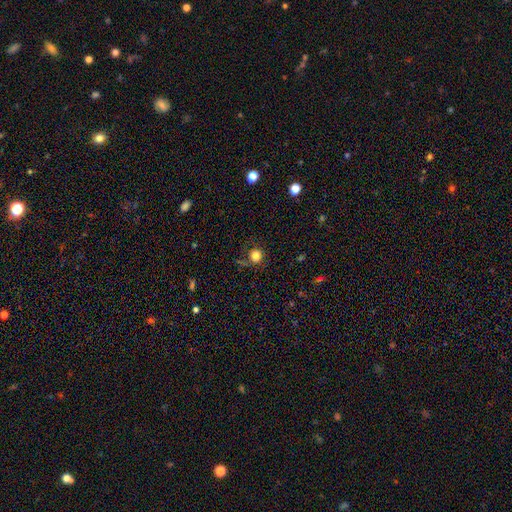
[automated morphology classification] A smooth galaxy with no disk features (79%) that is round (89%). Merging: none (70%).